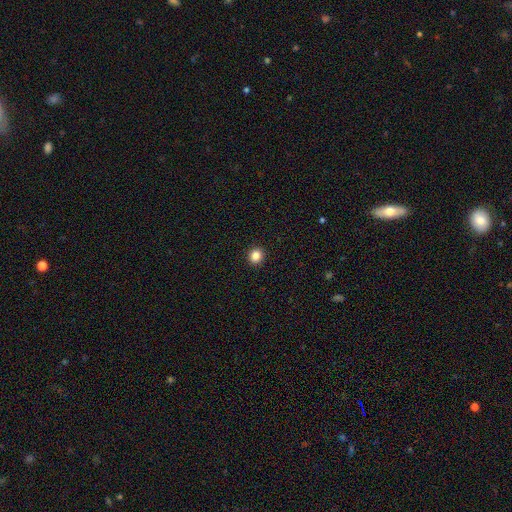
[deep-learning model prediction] smooth_or_featured: smooth (p=0.84) [alt: star or artifact p=0.11]
how_rounded: round (p=0.87) [alt: in between p=0.12]
merging: none (p=0.93) [alt: minor disturbance p=0.04]